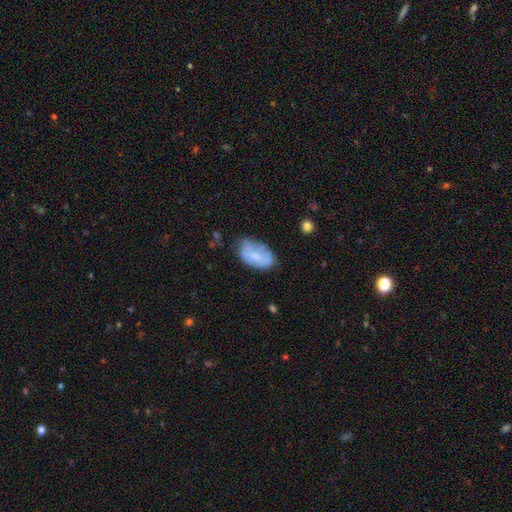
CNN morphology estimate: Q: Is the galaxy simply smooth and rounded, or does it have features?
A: smooth — 63%.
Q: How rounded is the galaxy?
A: in between — 93%.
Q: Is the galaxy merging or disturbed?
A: none — 56%.